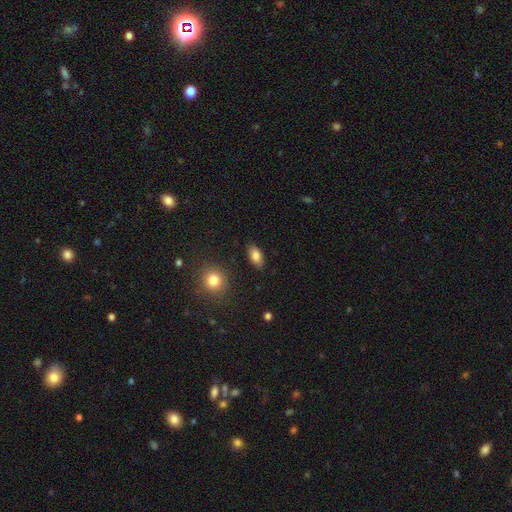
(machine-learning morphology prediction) Smooth or featured: smooth — 82% (featured or disk — 10%)
How rounded: in between — 90% (round — 5%)
Merging: none — 88% (minor disturbance — 9%)